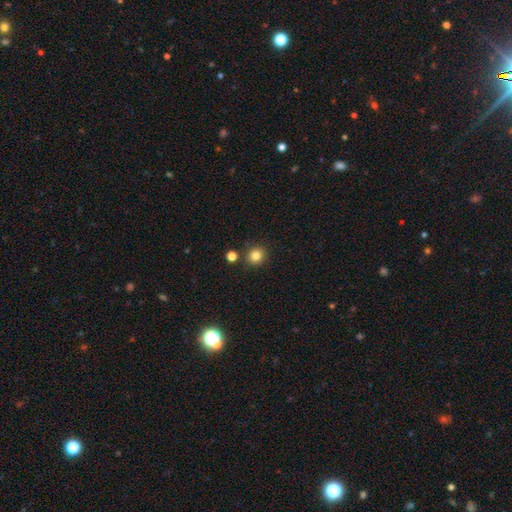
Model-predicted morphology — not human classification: The model was most divided on "smooth or featured": smooth: 82%, star or artifact: 12%, featured or disk: 5%. More confident: how rounded — round (90%); merging — none (86%).